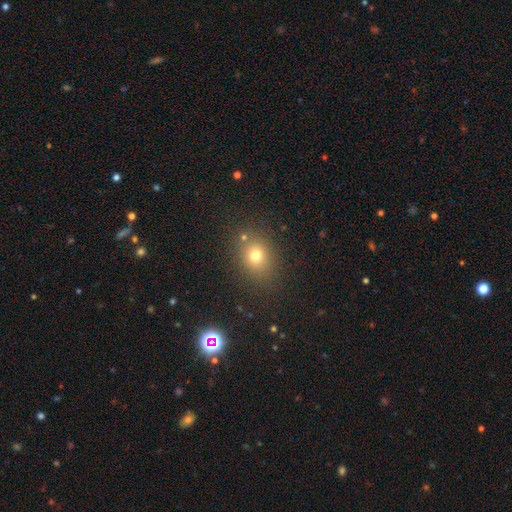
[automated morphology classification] This appears to be a smooth galaxy with no disk features (73%) that is round (57%). Merging: none (81%).